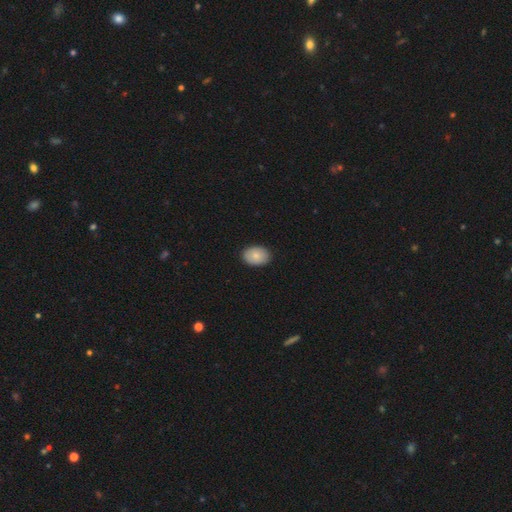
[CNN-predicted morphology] The model was most divided on "how rounded": in between: 78%, round: 21%, cigar-shaped: 1%. More confident: merging — none (89%); smooth or featured — smooth (85%).